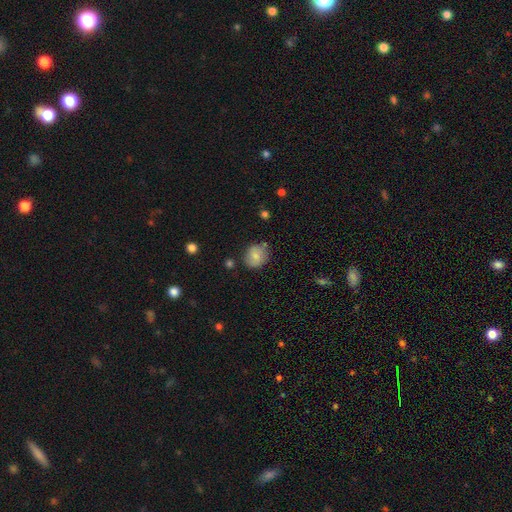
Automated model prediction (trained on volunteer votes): smooth 71%, featured or disk 20%, star or artifact 9%. Down the decision tree: how rounded — round (76%); merging — none (76%).